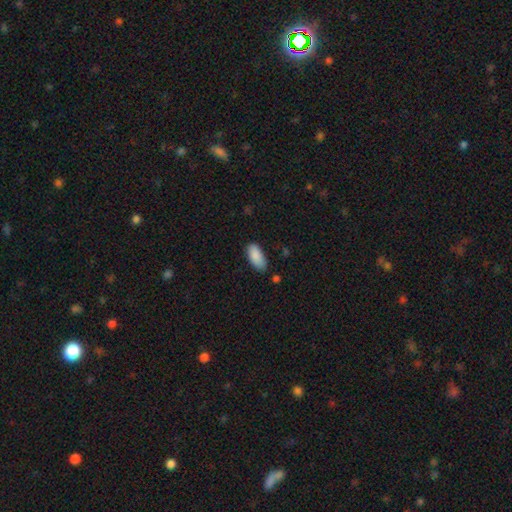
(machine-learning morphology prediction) A smooth galaxy with no disk features (89%) that is in between round and cigar-shaped (90%). Merging: none (80%).